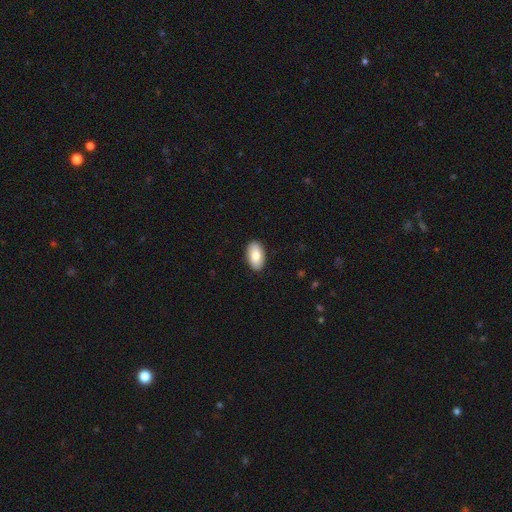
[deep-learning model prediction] Morphology: type=smooth (84%); roundness=in between (95%); merging=none (90%).